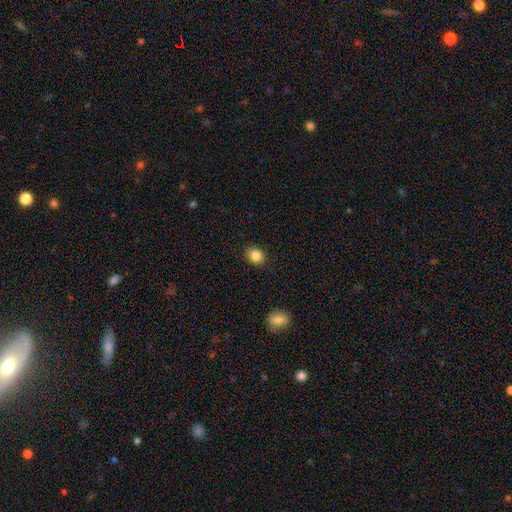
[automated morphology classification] Smooth or featured: smooth — 85% (star or artifact — 10%)
How rounded: round — 60% (in between — 39%)
Merging: none — 89% (minor disturbance — 8%)